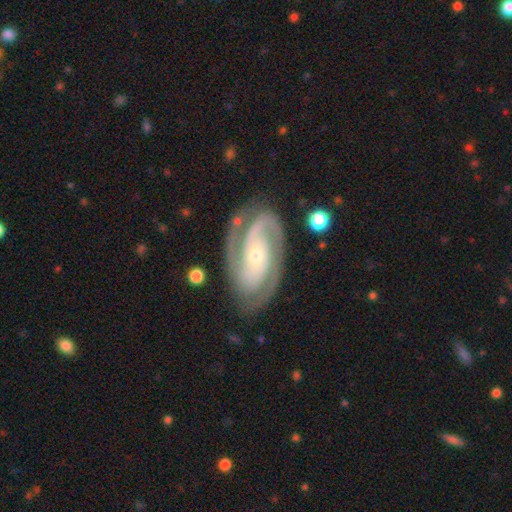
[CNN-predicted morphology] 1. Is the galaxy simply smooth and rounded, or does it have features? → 91% featured or disk, 4% smooth, 4% star or artifact.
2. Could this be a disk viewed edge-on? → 97% no, 3% yes.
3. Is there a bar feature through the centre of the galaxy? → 58% no, 25% weak, 16% strong.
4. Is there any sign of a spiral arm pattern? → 98% yes, 2% no.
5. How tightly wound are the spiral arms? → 54% tight, 39% medium, 6% loose.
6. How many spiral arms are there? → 83% 2, 8% 3, 4% can't tell, 2% 1, 2% 4, 2% more than 4.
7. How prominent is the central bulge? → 68% small, 28% moderate, 2% large, 1% none, 1% dominant.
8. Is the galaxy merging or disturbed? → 80% none, 14% minor disturbance, 5% major disturbance, 2% merger.